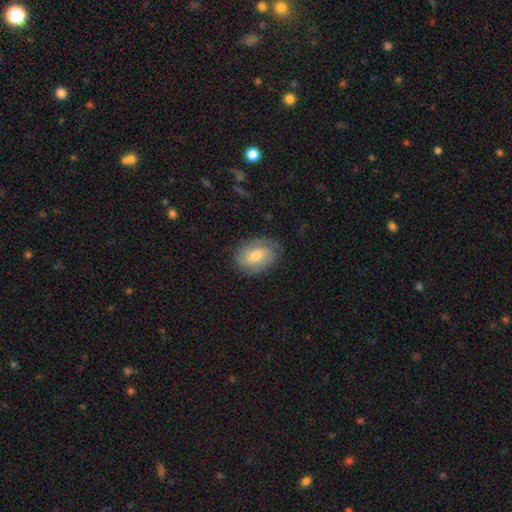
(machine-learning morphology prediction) Smooth or featured: featured or disk — 51% (smooth — 42%)
Edge-on disk: no — 95% (yes — 5%)
Merging: none — 76% (minor disturbance — 17%)